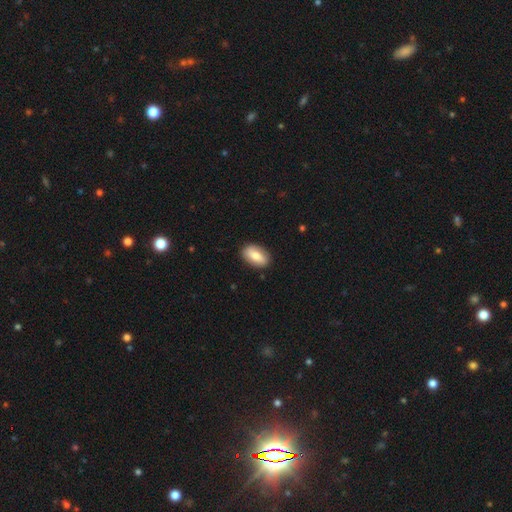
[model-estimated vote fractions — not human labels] Smooth or featured: smooth — 71% (featured or disk — 23%)
How rounded: in between — 91% (round — 6%)
Merging: none — 86% (minor disturbance — 10%)